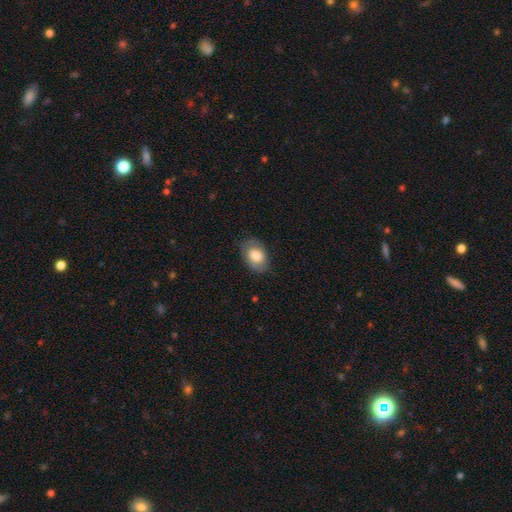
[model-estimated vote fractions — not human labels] A smooth galaxy with no disk features (67%) that is in between round and cigar-shaped (84%). Merging: none (77%).